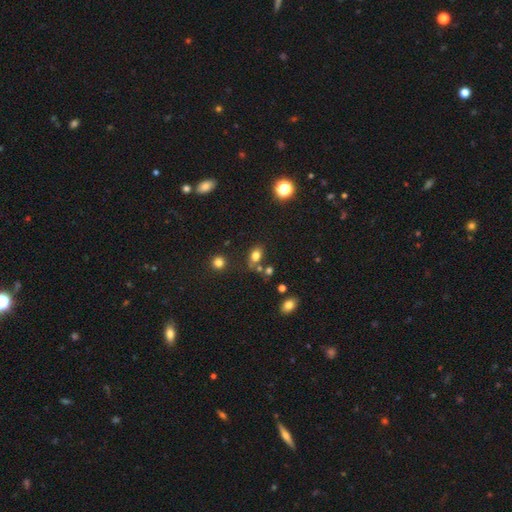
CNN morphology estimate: type=smooth (76%); roundness=in between (75%); merging=none (62%).